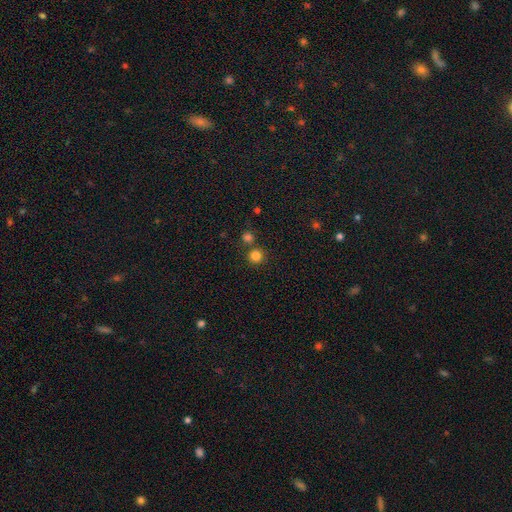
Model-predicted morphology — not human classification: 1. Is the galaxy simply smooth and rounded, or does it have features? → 81% smooth, 15% star or artifact, 4% featured or disk.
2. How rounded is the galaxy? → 94% round, 5% in between, 1% cigar-shaped.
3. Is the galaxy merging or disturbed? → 78% none, 14% merger, 6% minor disturbance, 2% major disturbance.